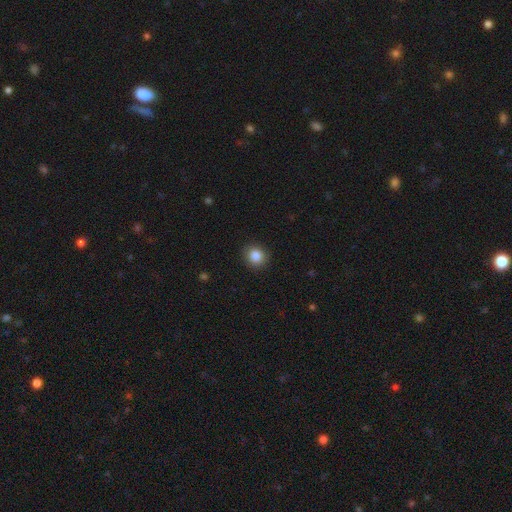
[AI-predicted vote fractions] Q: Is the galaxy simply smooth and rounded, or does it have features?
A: smooth — 85%.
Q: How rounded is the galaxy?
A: round — 82%.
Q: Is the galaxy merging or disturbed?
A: none — 90%.